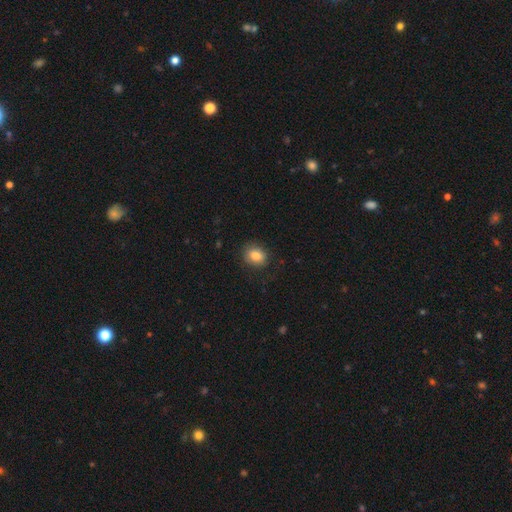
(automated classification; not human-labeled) Smooth or featured? smooth (83%)
How rounded? round (56%)
Merging? none (84%)